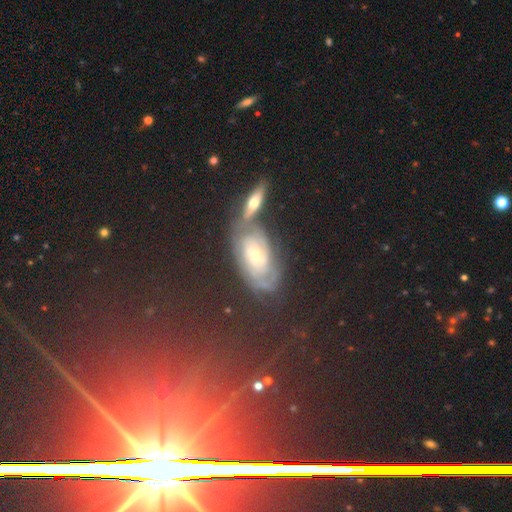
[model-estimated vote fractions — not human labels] This appears to be a featured or disk galaxy (49%). Merging: none (55%).